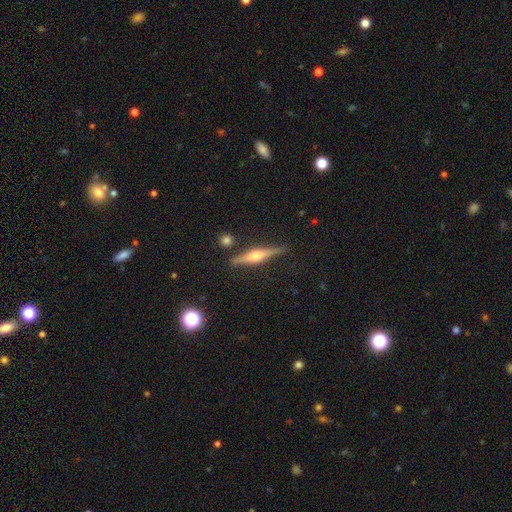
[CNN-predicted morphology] Overall: featured or disk (76%). Edge-on disk: yes (98%). Edge-on bulge: rounded (91%). Merging: none (86%).